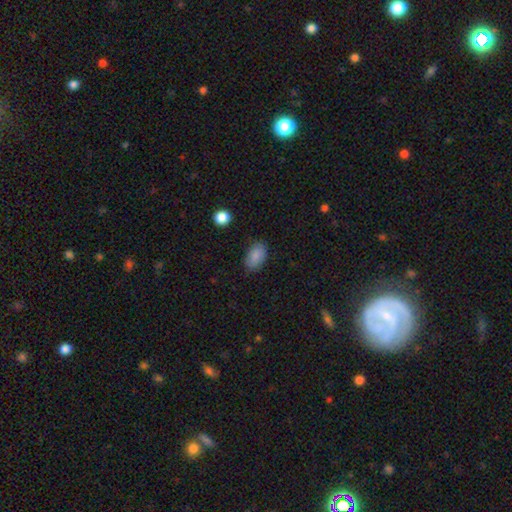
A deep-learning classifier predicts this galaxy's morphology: A smooth galaxy with no disk features (87%) that is in between round and cigar-shaped (91%).

Vote fractions:
- Smooth or featured? smooth: 87% / star or artifact: 8% / featured or disk: 5%
- How rounded? in between: 91% / round: 7% / cigar-shaped: 2%
- Merging? none: 80% / minor disturbance: 15% / major disturbance: 3% / merger: 1%